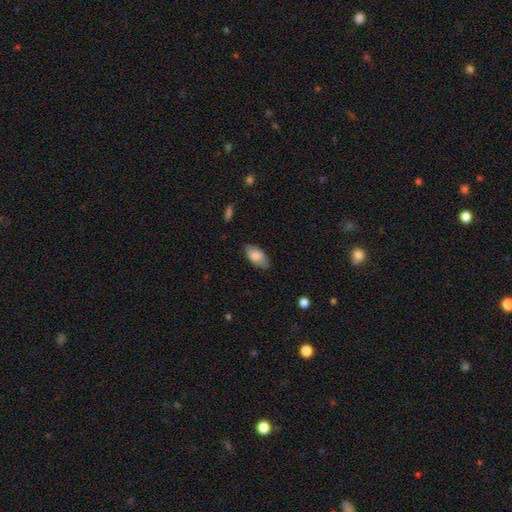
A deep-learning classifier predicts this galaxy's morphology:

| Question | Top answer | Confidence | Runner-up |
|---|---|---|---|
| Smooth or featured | smooth | 83% | featured or disk (10%) |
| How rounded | in between | 93% | cigar-shaped (4%) |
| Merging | none | 80% | minor disturbance (15%) |